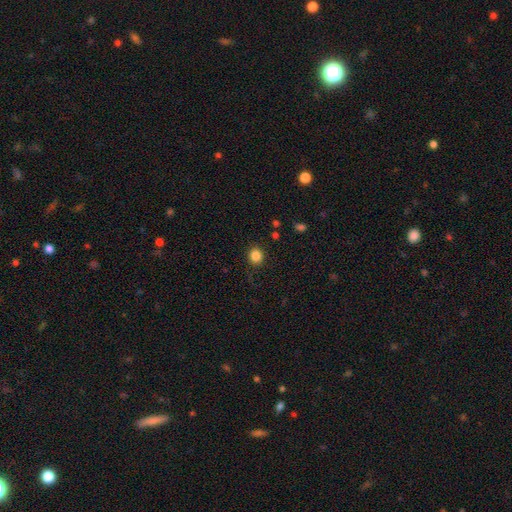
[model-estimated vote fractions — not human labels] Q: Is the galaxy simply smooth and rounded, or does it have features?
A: smooth — 85%.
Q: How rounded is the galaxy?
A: round — 81%.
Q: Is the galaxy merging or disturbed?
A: none — 89%.